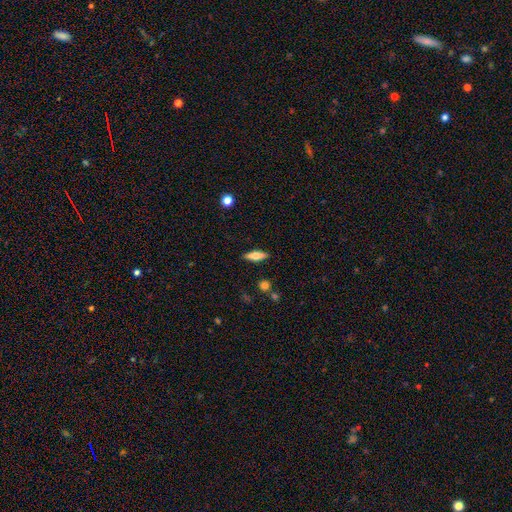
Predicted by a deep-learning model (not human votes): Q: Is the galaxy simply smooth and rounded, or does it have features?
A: smooth — 57%.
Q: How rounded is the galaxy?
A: cigar-shaped — 53%.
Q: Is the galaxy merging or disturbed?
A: none — 88%.